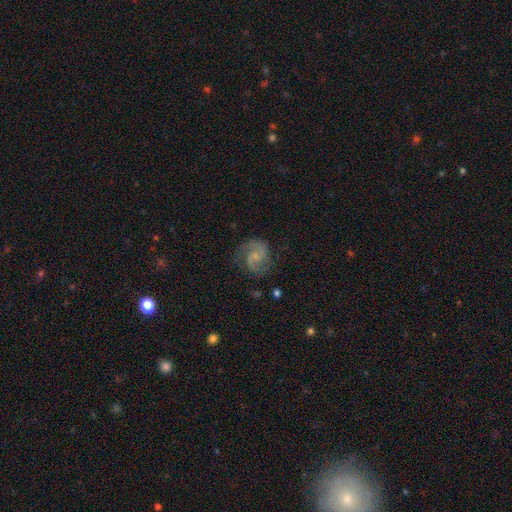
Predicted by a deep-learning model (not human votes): Q: Smooth or featured?
A: featured or disk (82%); runner-up: smooth (12%)
Q: Edge-on disk?
A: no (98%); runner-up: yes (2%)
Q: Bar?
A: no (52%); runner-up: weak (40%)
Q: Spiral arms?
A: yes (96%); runner-up: no (4%)
Q: Spiral winding?
A: medium (54%); runner-up: loose (23%)
Q: Spiral arm count?
A: 2 (89%); runner-up: can't tell (4%)
Q: Bulge size?
A: small (50%); runner-up: none (28%)
Q: Merging?
A: none (74%); runner-up: minor disturbance (17%)